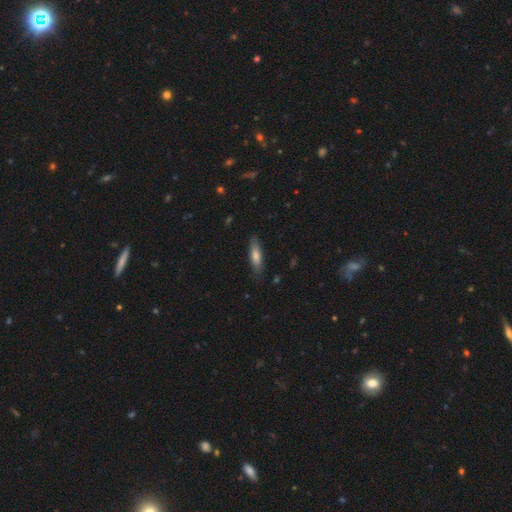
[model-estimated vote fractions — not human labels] smooth-or-featured: smooth: 69% | featured or disk: 24% | star or artifact: 7%
  how-rounded: cigar-shaped: 66% | in between: 32% | round: 2%
  merging: none: 84% | minor disturbance: 13% | major disturbance: 2% | merger: 1%